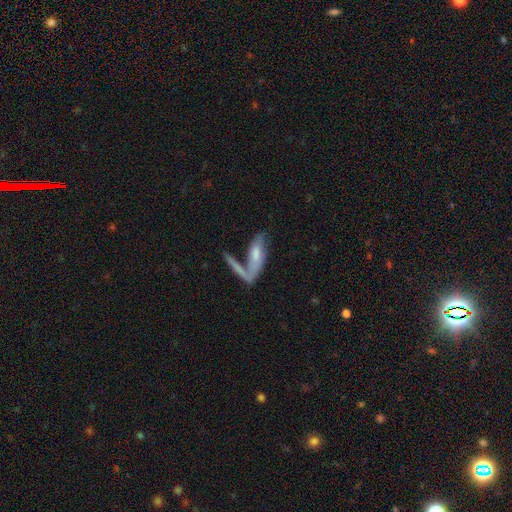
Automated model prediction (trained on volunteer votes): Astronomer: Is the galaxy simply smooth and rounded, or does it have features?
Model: smooth — 46%, tied with featured or disk at 46%.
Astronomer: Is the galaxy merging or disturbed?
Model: merger — 44% (runner-up: none, 31%).